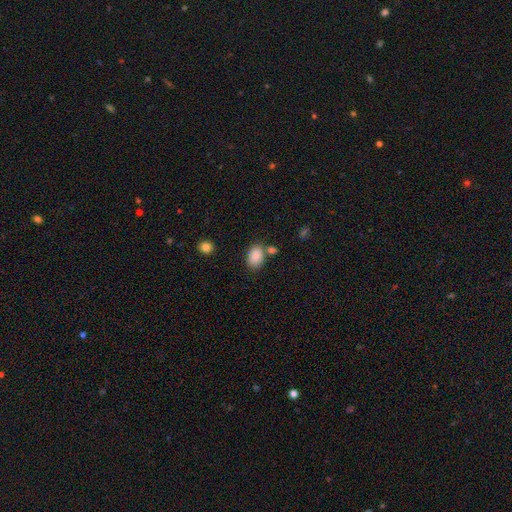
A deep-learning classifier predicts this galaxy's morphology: Overall: smooth (88%). How rounded: in between (84%). Merging: none (65%).